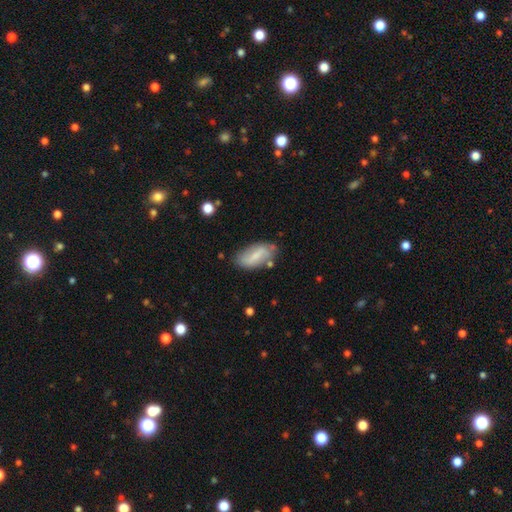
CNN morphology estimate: smooth_or_featured: smooth (p=0.62) [alt: featured or disk p=0.31]
how_rounded: in between (p=0.87) [alt: cigar-shaped p=0.10]
merging: none (p=0.71) [alt: minor disturbance p=0.20]